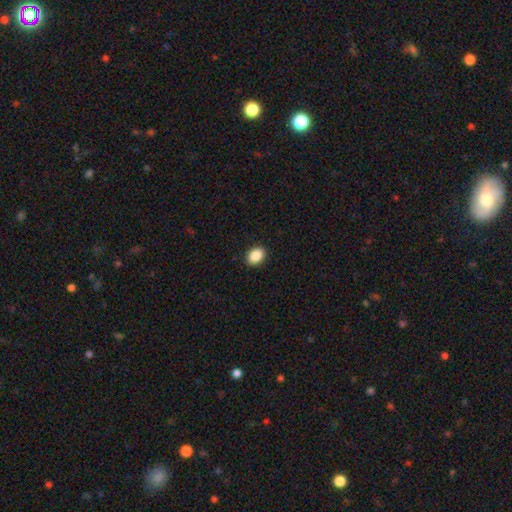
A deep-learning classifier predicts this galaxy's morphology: Q: Smooth or featured?
A: smooth (88%); runner-up: star or artifact (8%)
Q: How rounded?
A: in between (66%); runner-up: round (33%)
Q: Merging?
A: none (91%); runner-up: minor disturbance (7%)